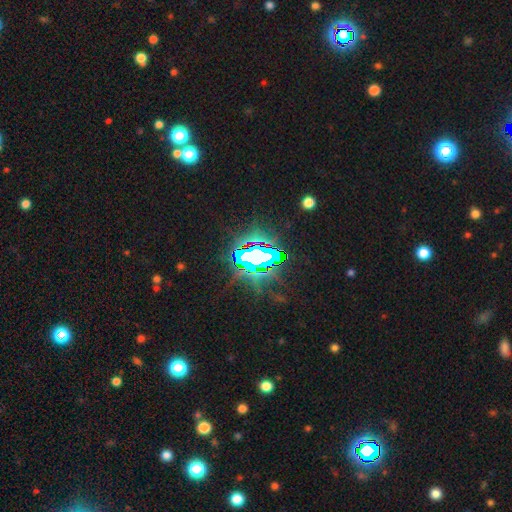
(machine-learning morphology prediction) smooth-or-featured: star or artifact: 71% | featured or disk: 16% | smooth: 13%